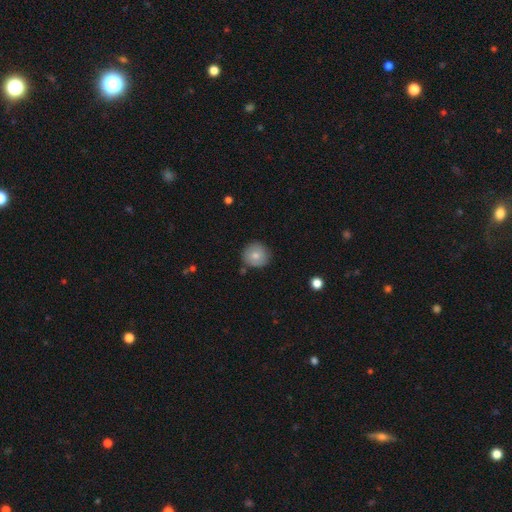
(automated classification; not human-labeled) Overall: smooth (74%). How rounded: round (92%). Merging: none (83%).